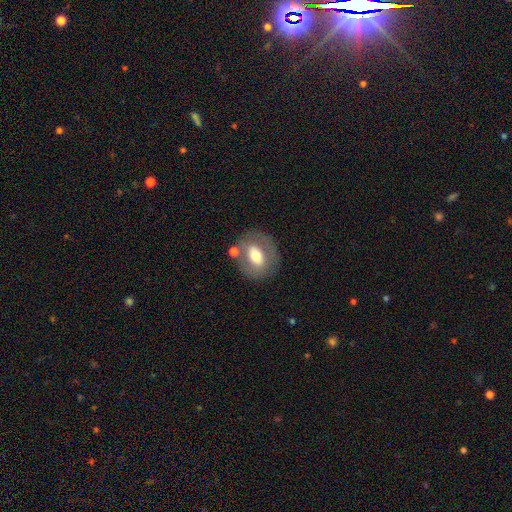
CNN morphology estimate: Smooth or featured? Predicted: smooth (p=0.51). How rounded? Predicted: in between (p=0.57). Merging? Predicted: none (p=0.71).